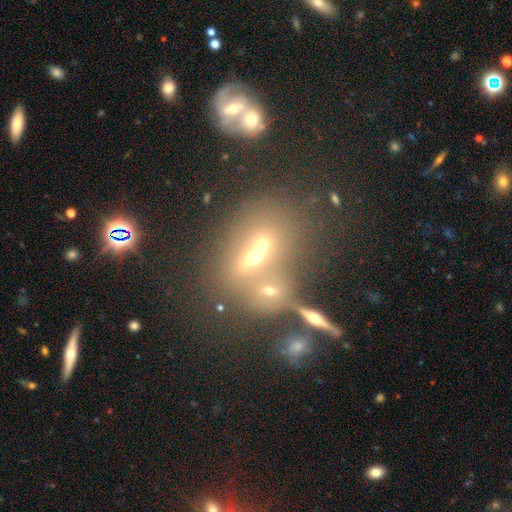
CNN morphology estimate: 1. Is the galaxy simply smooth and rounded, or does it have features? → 41% smooth, 33% featured or disk, 25% star or artifact.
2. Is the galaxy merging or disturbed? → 49% merger, 33% none, 10% minor disturbance, 8% major disturbance.